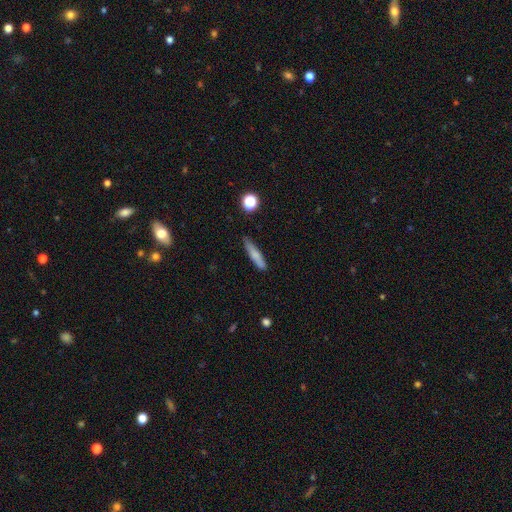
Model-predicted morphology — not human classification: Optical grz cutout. It shows a smooth galaxy with no disk features (73%) that is cigar-shaped (86%). Merging: none (81%).